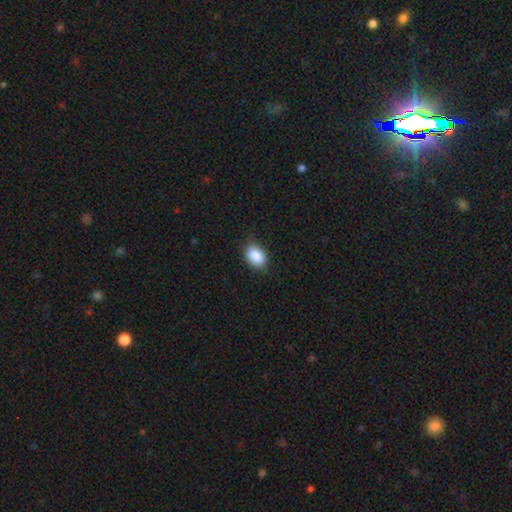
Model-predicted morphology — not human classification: A smooth galaxy with no disk features (88%) that is in between round and cigar-shaped (77%). Merging: none (82%).